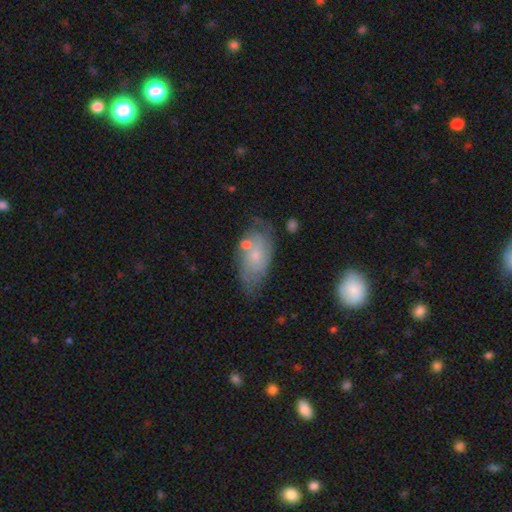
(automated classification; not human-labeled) Smooth or featured?
  - smooth: 47% *
  - featured or disk: 46%
  - star or artifact: 7%
Merging?
  - none: 52% *
  - minor disturbance: 26%
  - merger: 12%
  - major disturbance: 10%